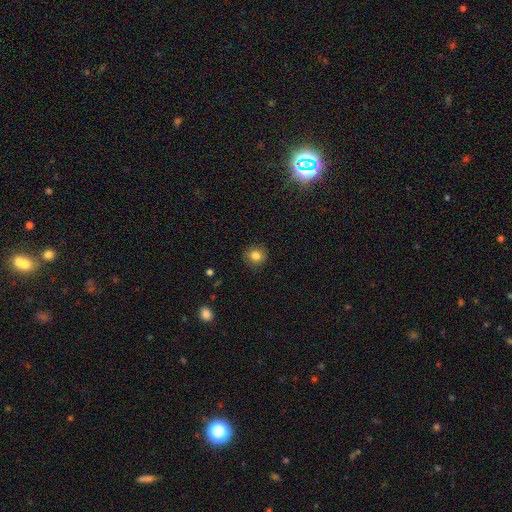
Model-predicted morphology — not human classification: This appears to be a smooth galaxy with no disk features (83%) that is round (88%). Merging: none (88%).